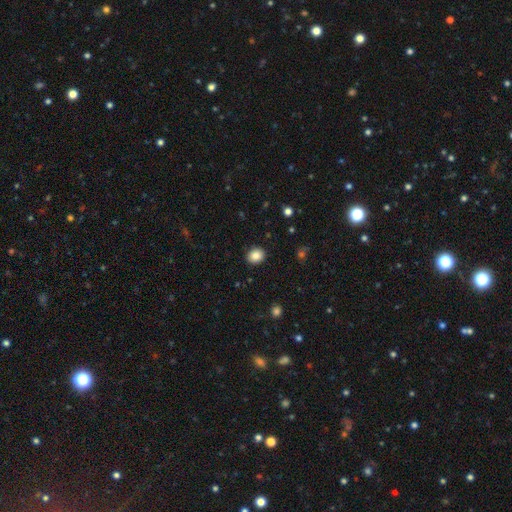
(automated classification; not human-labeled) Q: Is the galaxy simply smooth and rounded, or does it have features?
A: smooth — 86%.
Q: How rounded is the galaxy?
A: round — 67%.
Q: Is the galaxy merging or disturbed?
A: none — 90%.